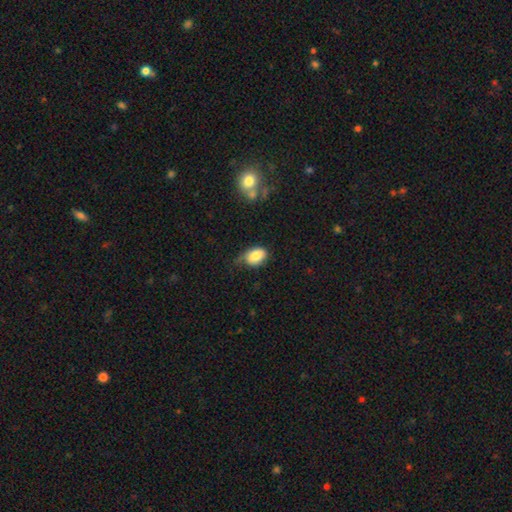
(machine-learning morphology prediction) Smooth or featured? Predicted: smooth (p=0.81). How rounded? Predicted: in between (p=0.81). Merging? Predicted: none (p=0.45).